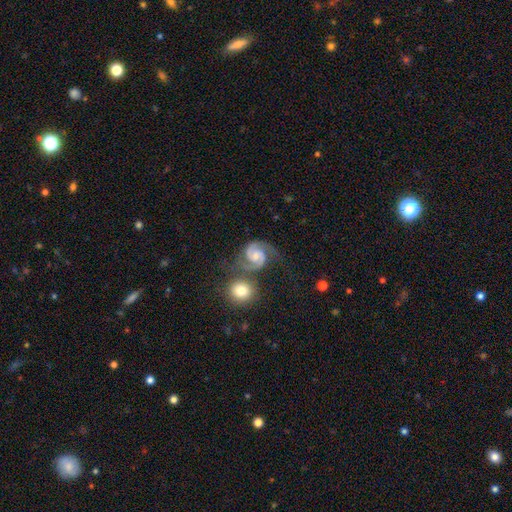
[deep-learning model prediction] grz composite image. It shows a featured or disk galaxy (89%) with no bar (56%), 2 (93%) medium (57%) spiral arms (98%) and a small central bulge (46%). Merging: none (61%).